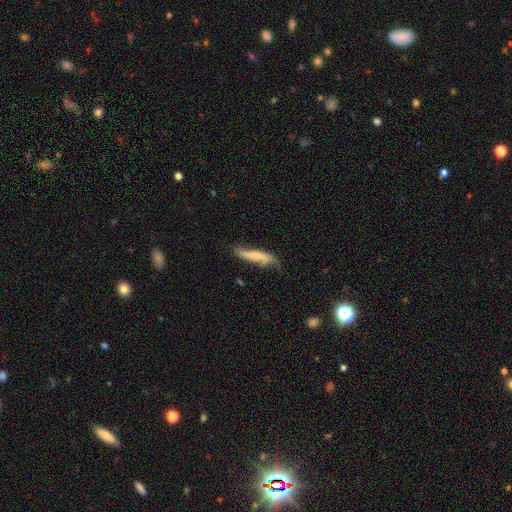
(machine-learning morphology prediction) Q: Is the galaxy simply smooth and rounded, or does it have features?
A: smooth — 50%.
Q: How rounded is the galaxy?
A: cigar-shaped — 80%.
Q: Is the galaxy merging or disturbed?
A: none — 52%.